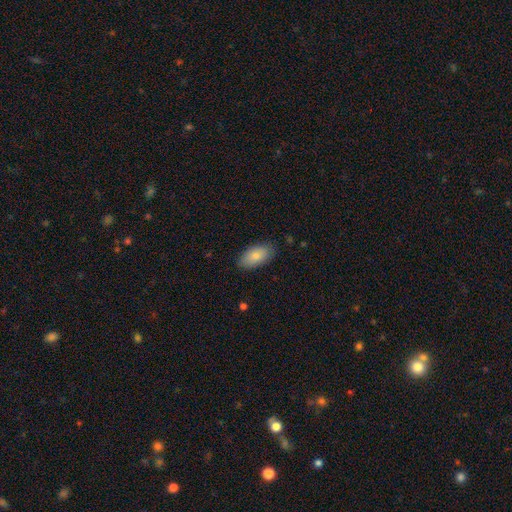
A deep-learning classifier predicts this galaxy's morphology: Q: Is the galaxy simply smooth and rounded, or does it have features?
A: smooth — 82%.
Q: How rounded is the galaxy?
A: in between — 94%.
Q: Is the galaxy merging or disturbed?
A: none — 84%.